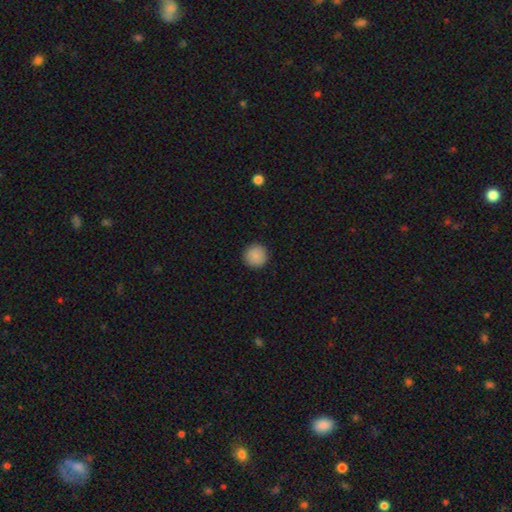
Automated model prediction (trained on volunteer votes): Q: Smooth or featured?
A: smooth (88%); runner-up: star or artifact (8%)
Q: How rounded?
A: round (96%); runner-up: in between (3%)
Q: Merging?
A: none (93%); runner-up: minor disturbance (5%)